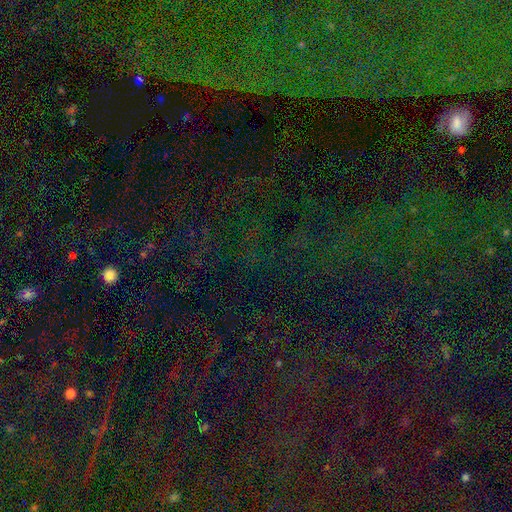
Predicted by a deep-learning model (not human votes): smooth_or_featured: star or artifact (p=0.77) [alt: smooth p=0.13]